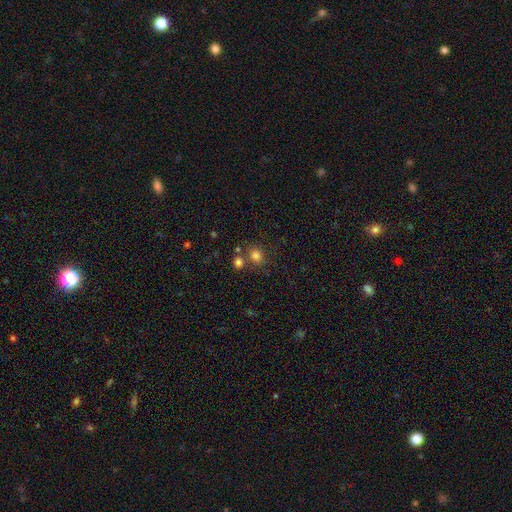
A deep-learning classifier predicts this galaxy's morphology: Smooth or featured?
  - smooth: 79% *
  - star or artifact: 15%
  - featured or disk: 7%
How rounded?
  - round: 74% *
  - in between: 25%
  - cigar-shaped: 1%
Merging?
  - none: 67% *
  - merger: 19%
  - minor disturbance: 10%
  - major disturbance: 4%